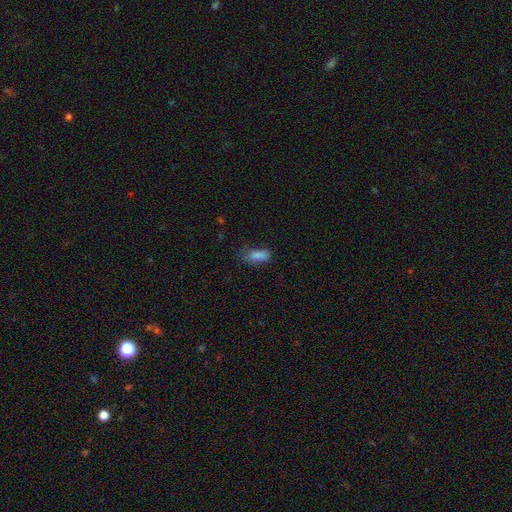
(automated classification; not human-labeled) Morphology: type=smooth (80%); roundness=in between (80%); merging=none (41%).